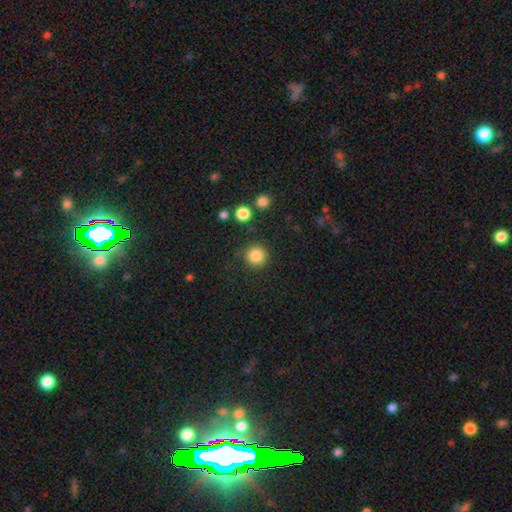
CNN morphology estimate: Smooth or featured? smooth (85%)
How rounded? round (94%)
Merging? none (85%)